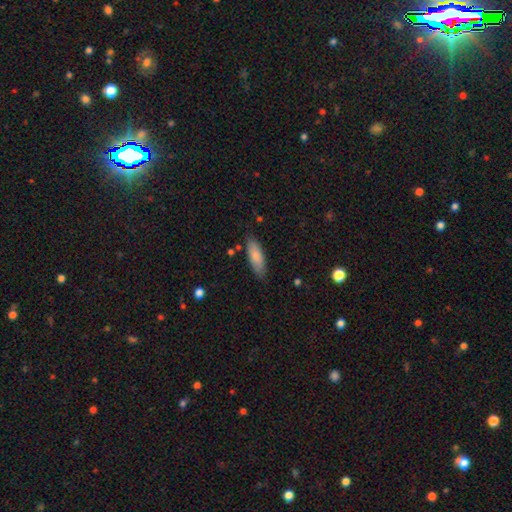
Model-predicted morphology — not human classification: smooth-or-featured: smooth: 82% | featured or disk: 12% | star or artifact: 6%
  how-rounded: in between: 61% | cigar-shaped: 37% | round: 2%
  merging: none: 80% | minor disturbance: 15% | major disturbance: 3% | merger: 2%